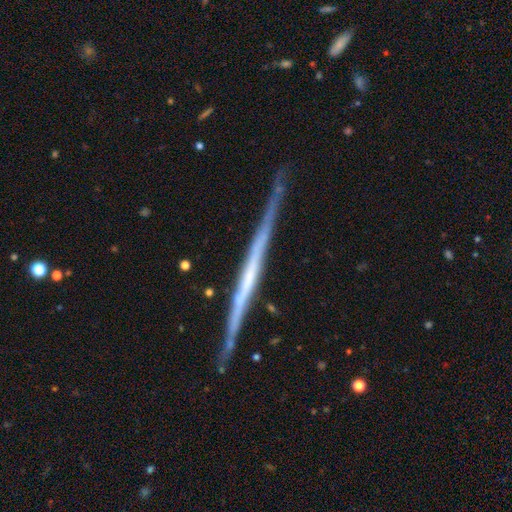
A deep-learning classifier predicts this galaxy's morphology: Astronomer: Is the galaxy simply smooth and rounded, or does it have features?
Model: featured or disk — 76%.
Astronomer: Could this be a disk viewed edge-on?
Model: yes — 98%.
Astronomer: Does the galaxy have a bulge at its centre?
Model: none — 80%.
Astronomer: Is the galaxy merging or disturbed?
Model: none — 85%.